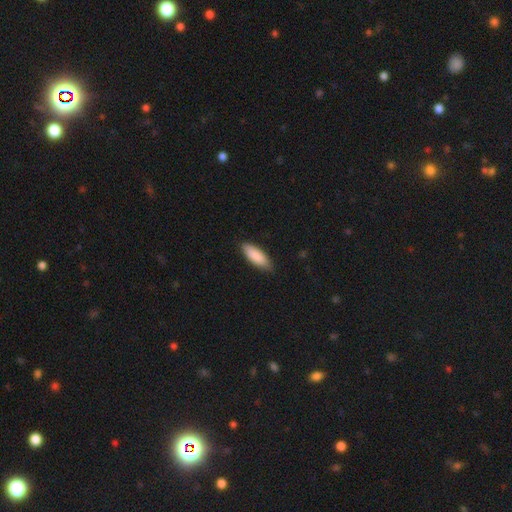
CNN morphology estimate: smooth-or-featured: smooth: 89% | featured or disk: 6% | star or artifact: 5%
  how-rounded: in between: 66% | cigar-shaped: 33% | round: 2%
  merging: none: 86% | minor disturbance: 11% | major disturbance: 2% | merger: 1%